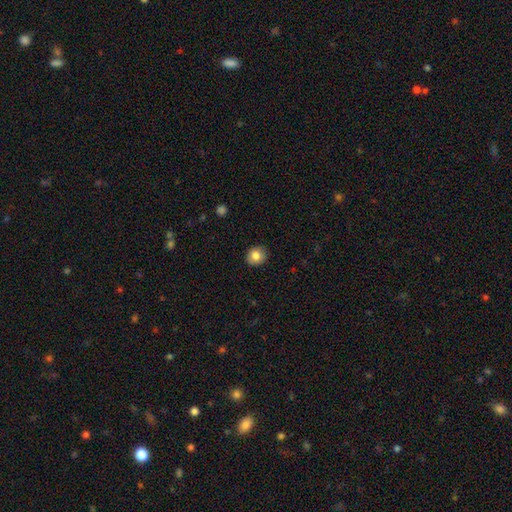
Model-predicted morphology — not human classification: type=smooth (81%); roundness=round (77%); merging=none (89%).